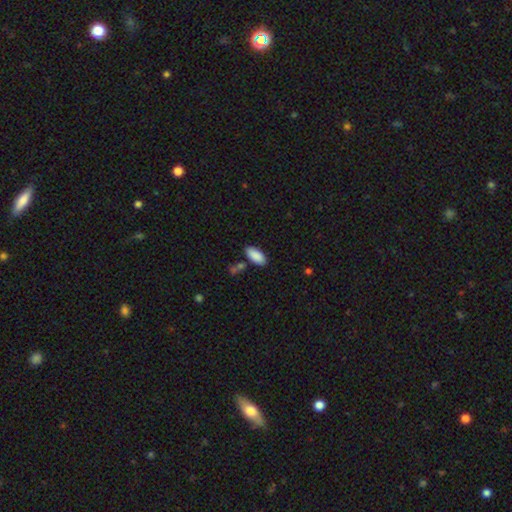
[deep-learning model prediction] Smooth or featured?
  - smooth: 89% *
  - star or artifact: 6%
  - featured or disk: 4%
How rounded?
  - in between: 89% *
  - cigar-shaped: 9%
  - round: 2%
Merging?
  - none: 81% *
  - minor disturbance: 11%
  - merger: 5%
  - major disturbance: 3%